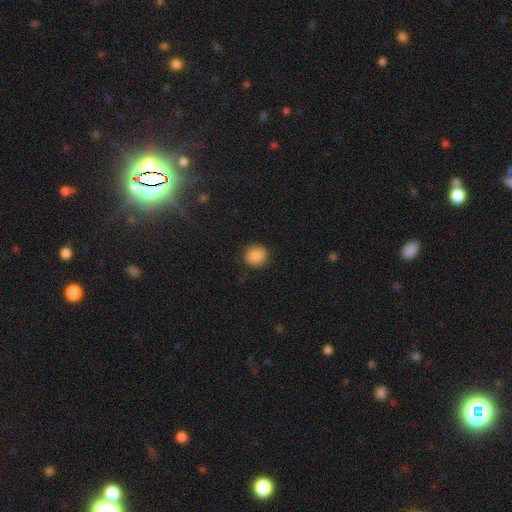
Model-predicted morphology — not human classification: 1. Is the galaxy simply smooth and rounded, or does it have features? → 87% smooth, 9% star or artifact, 4% featured or disk.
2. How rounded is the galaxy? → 88% round, 11% in between, 1% cigar-shaped.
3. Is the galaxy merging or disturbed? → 83% none, 12% minor disturbance, 4% major disturbance, 1% merger.